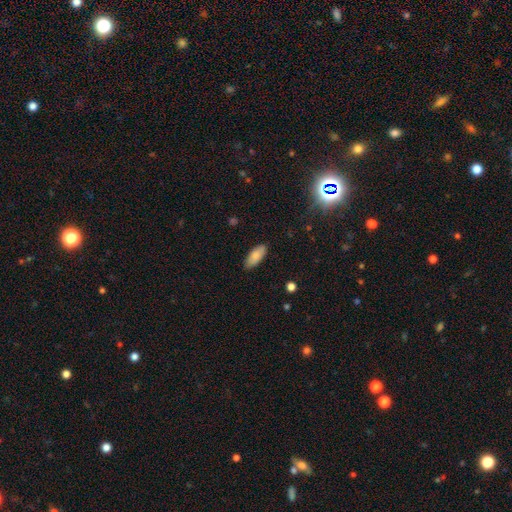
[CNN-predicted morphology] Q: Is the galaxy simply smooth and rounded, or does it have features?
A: smooth — 85%.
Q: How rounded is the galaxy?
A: in between — 83%.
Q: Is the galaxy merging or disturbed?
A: none — 86%.